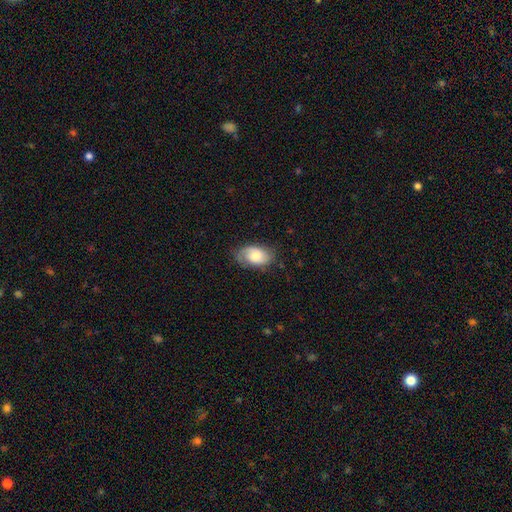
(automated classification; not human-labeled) Smooth or featured? smooth (57%)
How rounded? in between (90%)
Merging? none (68%)